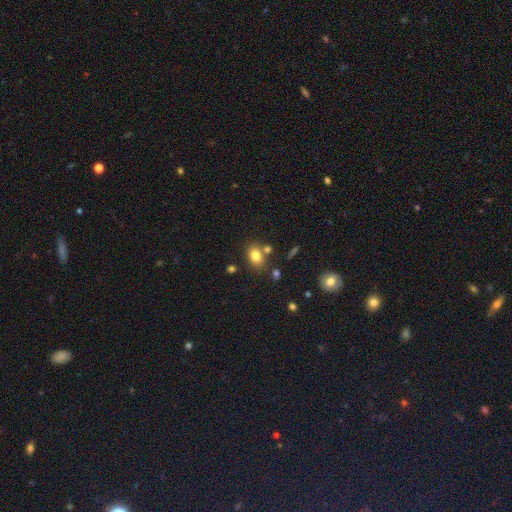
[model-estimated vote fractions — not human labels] Q: Smooth or featured?
A: smooth (80%); runner-up: star or artifact (11%)
Q: How rounded?
A: in between (67%); runner-up: round (31%)
Q: Merging?
A: none (69%); runner-up: merger (14%)